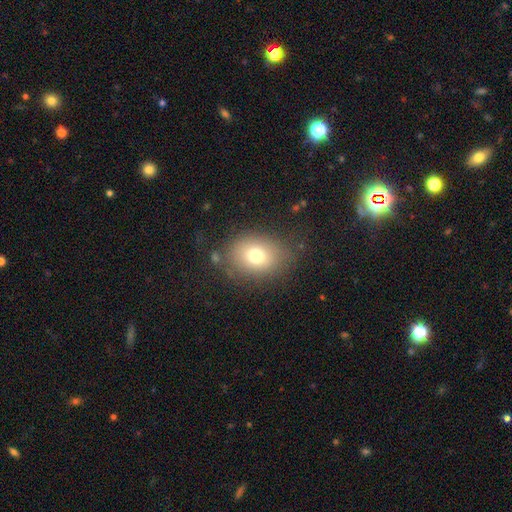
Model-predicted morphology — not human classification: Smooth or featured? Predicted: smooth (p=0.73). How rounded? Predicted: in between (p=0.55). Merging? Predicted: none (p=0.75).